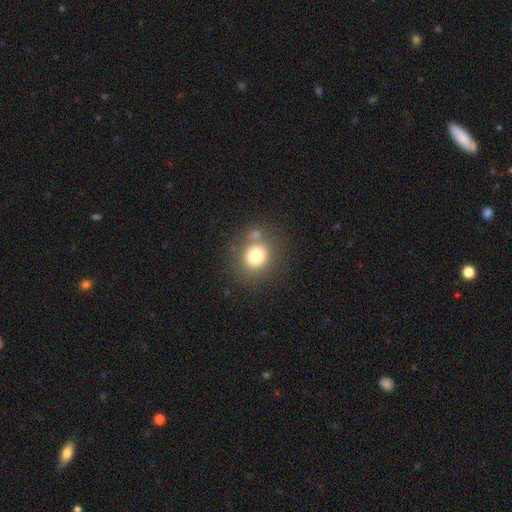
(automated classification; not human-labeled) smooth 77%, star or artifact 12%, featured or disk 11%. Down the decision tree: how rounded — round (84%); merging — none (71%).